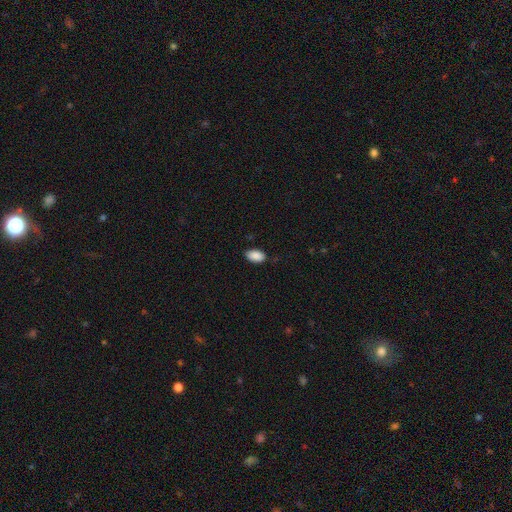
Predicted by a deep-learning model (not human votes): Overall: smooth (90%). How rounded: in between (94%). Merging: none (82%).